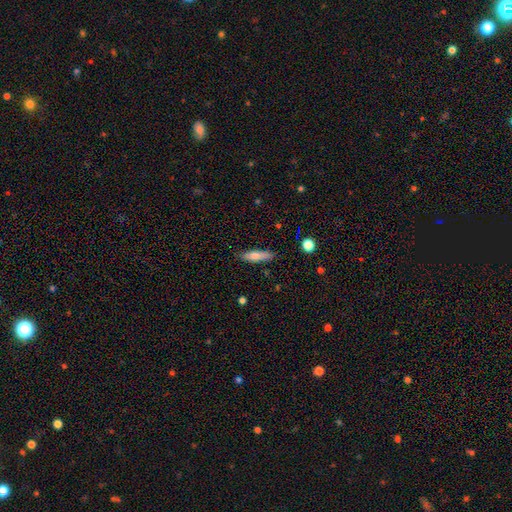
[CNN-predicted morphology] Smooth or featured?
  - smooth: 72% *
  - featured or disk: 22%
  - star or artifact: 7%
How rounded?
  - cigar-shaped: 70% *
  - in between: 28%
  - round: 2%
Merging?
  - none: 84% *
  - minor disturbance: 12%
  - major disturbance: 2%
  - merger: 2%